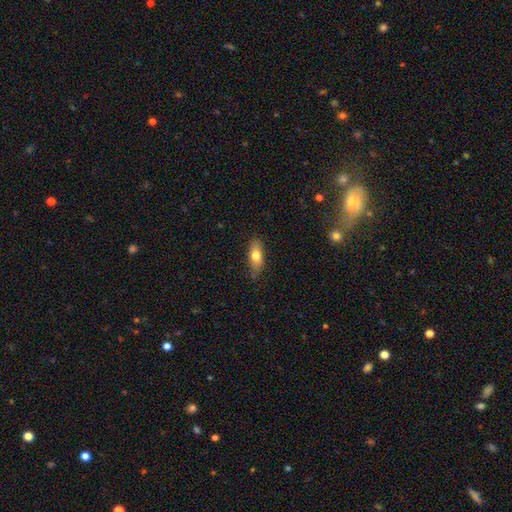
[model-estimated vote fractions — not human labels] smooth-or-featured: smooth: 72% | featured or disk: 21% | star or artifact: 7%
  how-rounded: in between: 70% | cigar-shaped: 27% | round: 3%
  merging: none: 79% | minor disturbance: 17% | major disturbance: 3% | merger: 1%